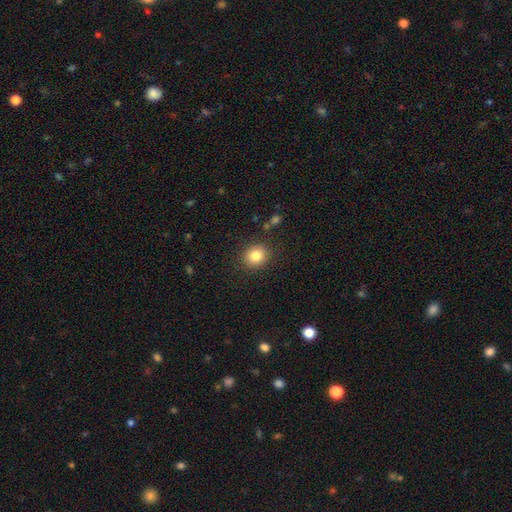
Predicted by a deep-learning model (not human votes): A smooth galaxy with no disk features (82%) that is round (80%). Merging: none (88%).